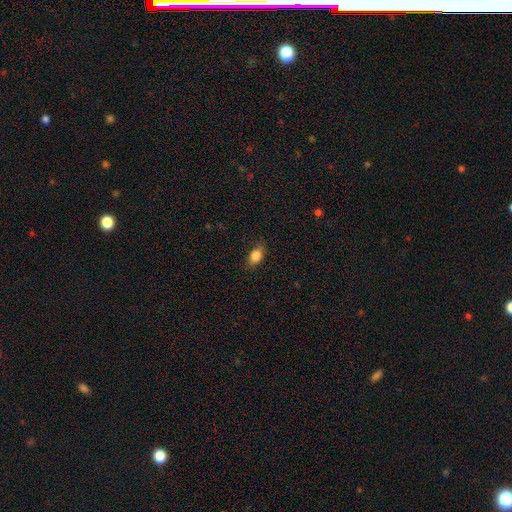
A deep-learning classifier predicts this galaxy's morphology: The model was most divided on "merging": none: 80%, minor disturbance: 15%, major disturbance: 3%, merger: 1%. More confident: smooth or featured — smooth (84%); how rounded — in between (81%).